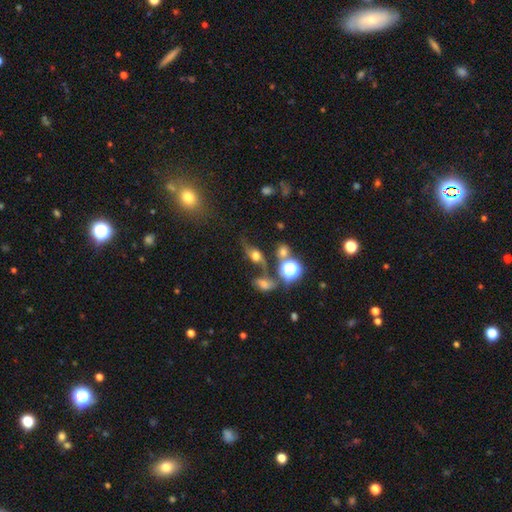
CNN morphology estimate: Smooth or featured?
  - featured or disk: 59% *
  - smooth: 24%
  - star or artifact: 17%
Edge-on disk?
  - no: 84% *
  - yes: 16%
Merging?
  - none: 52% *
  - minor disturbance: 19%
  - merger: 15%
  - major disturbance: 14%